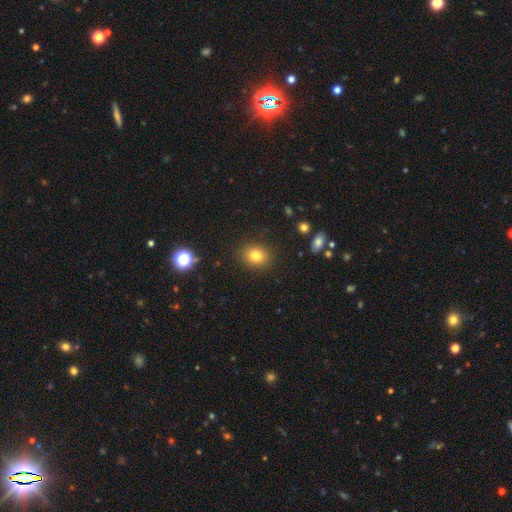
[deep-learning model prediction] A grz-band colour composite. It shows a smooth galaxy with no disk features (80%) that is round (62%). Merging: none (88%).